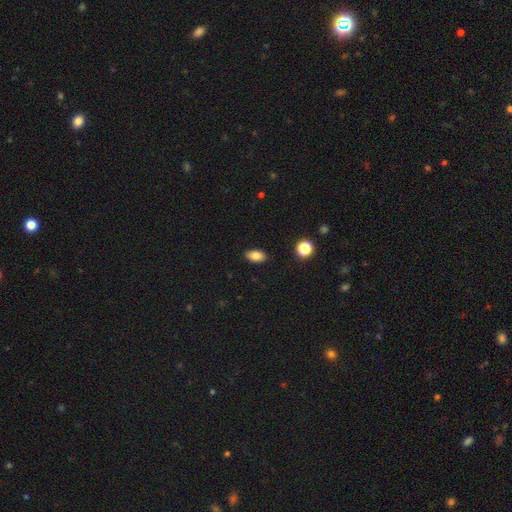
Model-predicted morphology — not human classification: Smooth or featured? smooth (81%)
How rounded? in between (91%)
Merging? none (89%)